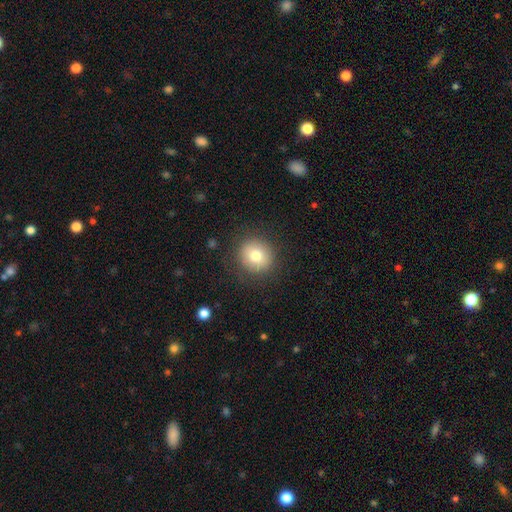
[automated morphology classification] Overall: smooth (78%). How rounded: round (90%). Merging: none (87%).